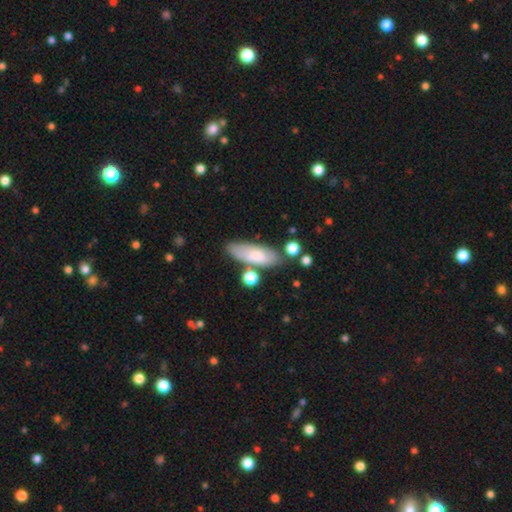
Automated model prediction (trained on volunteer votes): Smooth or featured? Predicted: smooth (p=0.70). How rounded? Predicted: in between (p=0.63). Merging? Predicted: none (p=0.67).